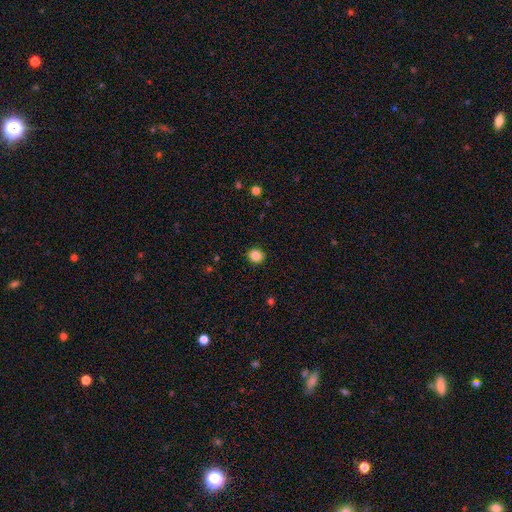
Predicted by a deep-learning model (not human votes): This is clearly a smooth galaxy (85%). How rounded: likely round (77%). Merging: clearly none (90%).